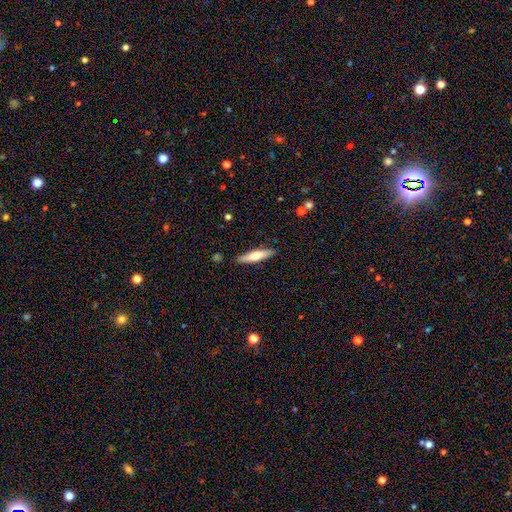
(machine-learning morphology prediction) Smooth or featured? smooth (56%)
How rounded? cigar-shaped (82%)
Merging? none (88%)